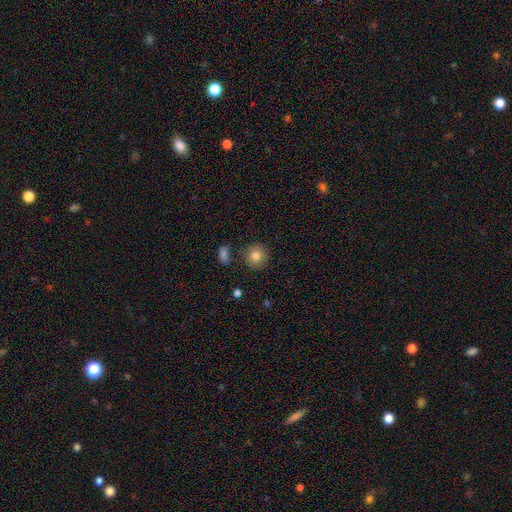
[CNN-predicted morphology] smooth_or_featured: smooth (p=0.83) [alt: star or artifact p=0.10]
how_rounded: round (p=0.92) [alt: in between p=0.07]
merging: none (p=0.84) [alt: minor disturbance p=0.09]